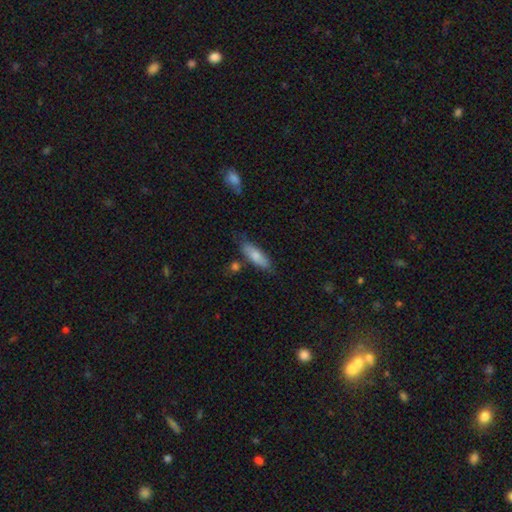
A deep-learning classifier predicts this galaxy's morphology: Smooth or featured? smooth (74%)
How rounded? in between (56%)
Merging? none (70%)